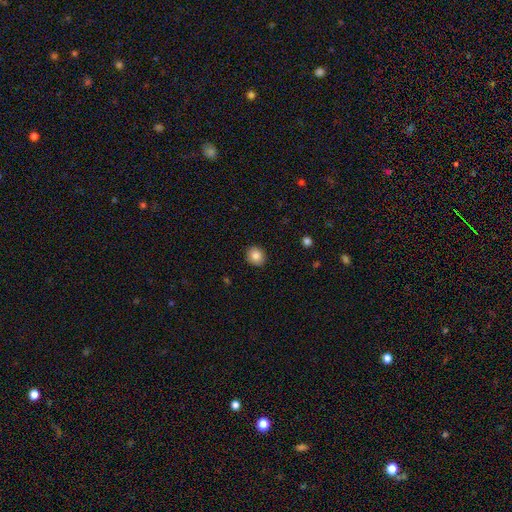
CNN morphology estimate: Smooth or featured: smooth — 85% (star or artifact — 9%)
How rounded: round — 77% (in between — 22%)
Merging: none — 91% (minor disturbance — 6%)